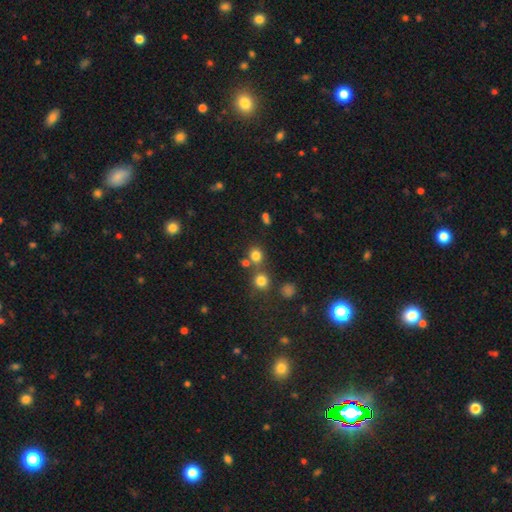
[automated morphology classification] Overall: smooth (76%). How rounded: round (83%). Merging: none (65%).